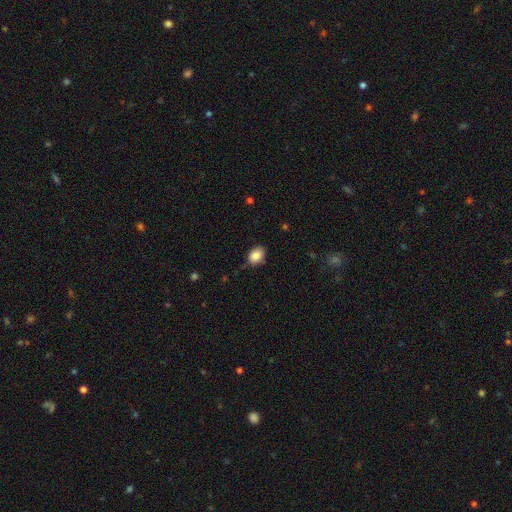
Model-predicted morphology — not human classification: Smooth or featured? smooth (85%)
How rounded? in between (65%)
Merging? none (80%)